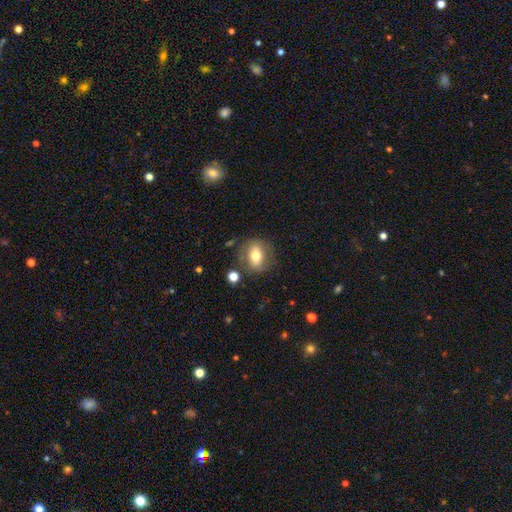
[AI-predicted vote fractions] A smooth galaxy with no disk features (66%) that is in between round and cigar-shaped (55%). Merging: none (74%).